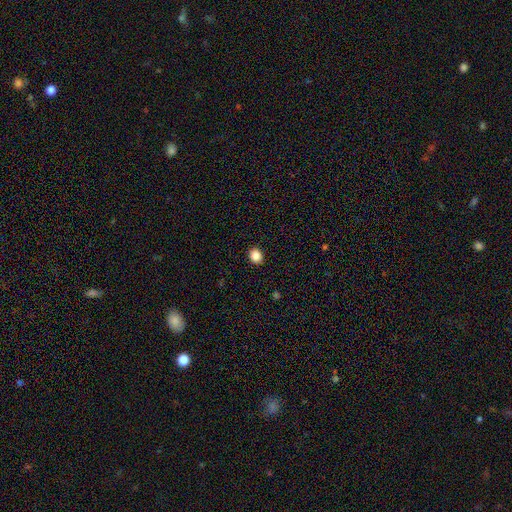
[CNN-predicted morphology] smooth-or-featured: smooth: 87% | star or artifact: 10% | featured or disk: 4%
  how-rounded: round: 75% | in between: 24% | cigar-shaped: 1%
  merging: none: 92% | minor disturbance: 5% | major disturbance: 2% | merger: 1%